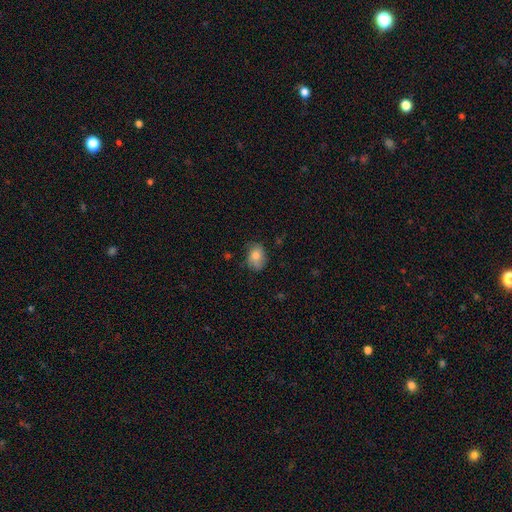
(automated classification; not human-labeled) This is likely a smooth galaxy (78%). How rounded: likely in between (66%). Merging: likely none (68%).